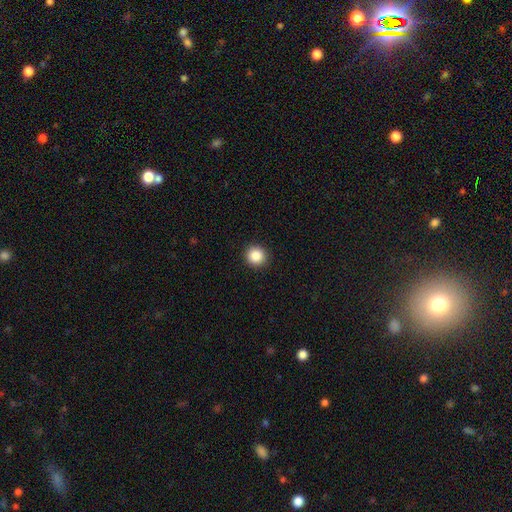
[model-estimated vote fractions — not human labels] Smooth or featured? smooth (87%)
How rounded? round (94%)
Merging? none (93%)